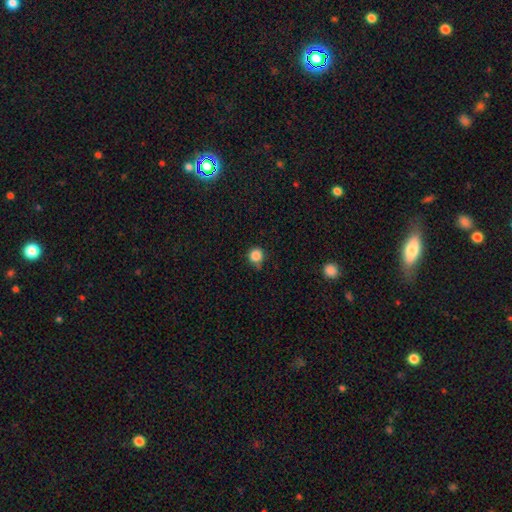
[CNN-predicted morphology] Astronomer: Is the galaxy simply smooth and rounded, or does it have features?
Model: smooth — 85%.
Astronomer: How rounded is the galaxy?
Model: round — 92%.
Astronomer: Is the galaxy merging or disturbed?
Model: none — 71%.